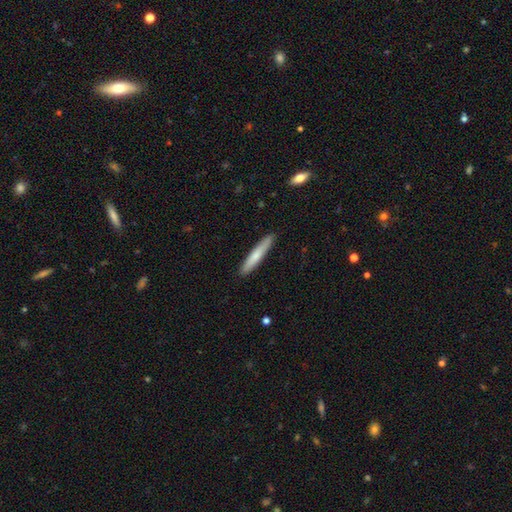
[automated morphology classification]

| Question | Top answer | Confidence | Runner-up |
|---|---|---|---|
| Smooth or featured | smooth | 69% | featured or disk (26%) |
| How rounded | cigar-shaped | 94% | in between (5%) |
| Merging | none | 89% | minor disturbance (8%) |